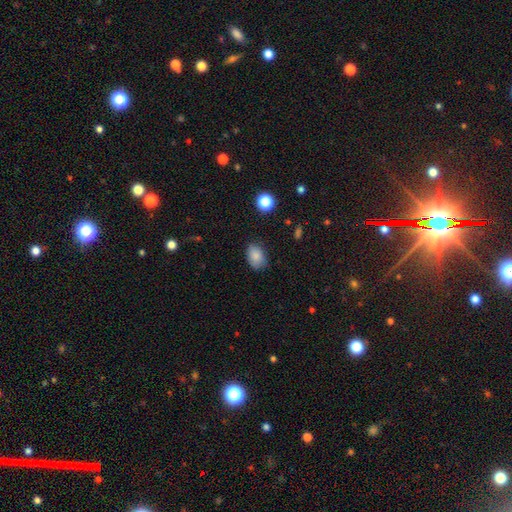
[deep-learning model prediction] Smooth or featured? smooth (84%)
How rounded? in between (83%)
Merging? none (78%)